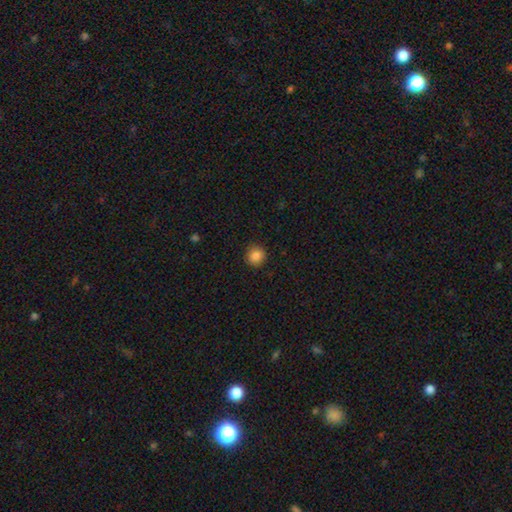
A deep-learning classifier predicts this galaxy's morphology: Smooth or featured? smooth (86%)
How rounded? round (90%)
Merging? none (90%)